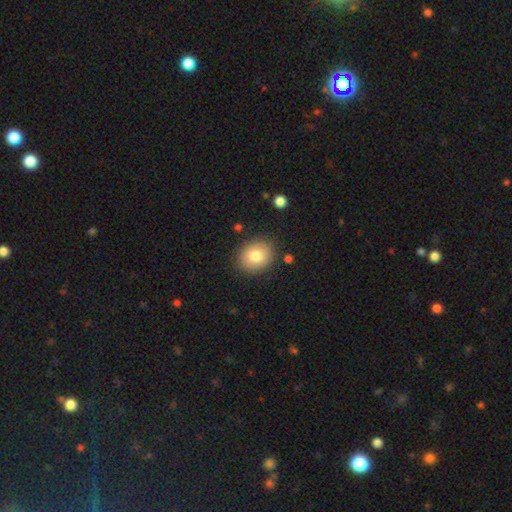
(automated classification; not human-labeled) This appears to be a smooth galaxy with no disk features (81%) that is round (65%). Merging: none (86%).